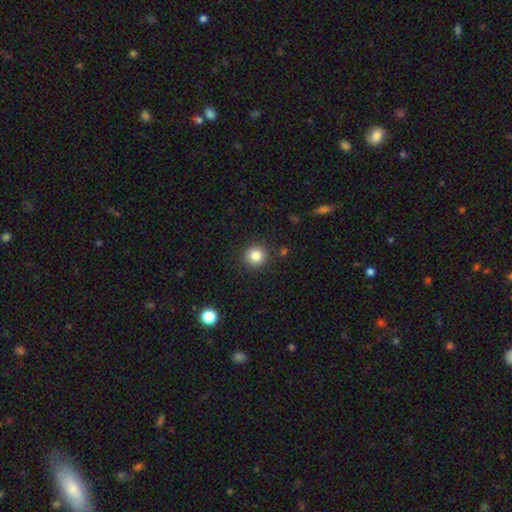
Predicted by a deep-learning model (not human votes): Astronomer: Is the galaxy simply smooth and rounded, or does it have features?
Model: smooth — 83%.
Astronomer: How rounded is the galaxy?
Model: round — 93%.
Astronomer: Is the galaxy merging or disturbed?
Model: none — 90%.